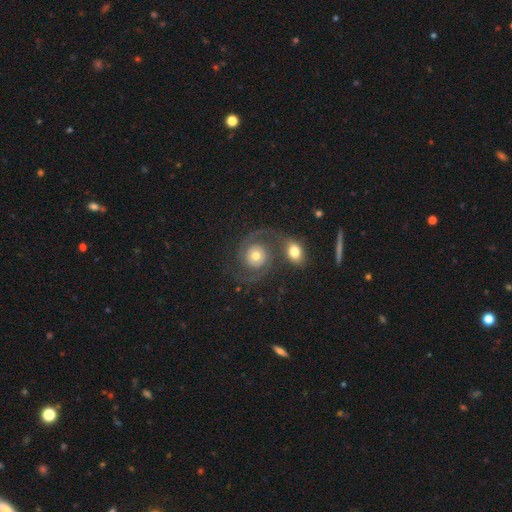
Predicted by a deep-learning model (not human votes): smooth-or-featured: featured or disk: 80% | smooth: 13% | star or artifact: 6%
  disk-edge-on: no: 98% | yes: 2%
    bar: no: 80% | weak: 16% | strong: 4%
    has-spiral-arms: yes: 94% | no: 6%
      spiral-winding: medium: 48% | tight: 29% | loose: 22%
      spiral-arm-count: 2: 92% | can't tell: 3% | 1: 2% | 3: 1% | 4: 1% | more than 4: 1%
    bulge-size: moderate: 66% | small: 16% | large: 13% | dominant: 2% | none: 2%
  merging: none: 50% | merger: 28% | minor disturbance: 12% | major disturbance: 10%